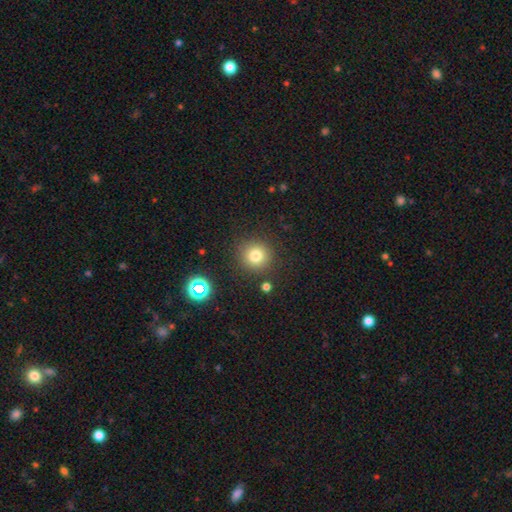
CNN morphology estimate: A smooth galaxy with no disk features (78%) that is round (94%).

Vote fractions:
- Smooth or featured? smooth: 78% / star or artifact: 15% / featured or disk: 7%
- How rounded? round: 94% / in between: 5% / cigar-shaped: 1%
- Merging? none: 87% / minor disturbance: 7% / major disturbance: 3% / merger: 3%